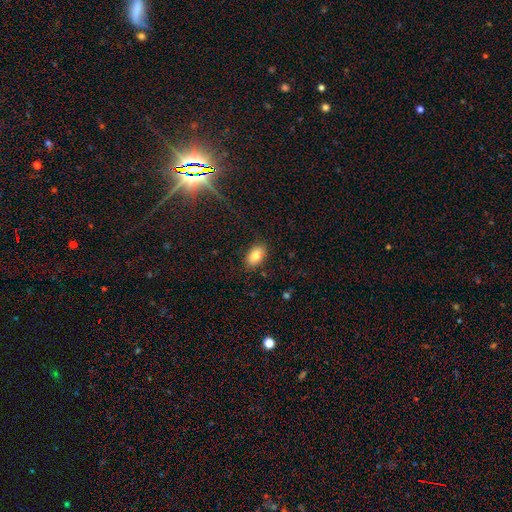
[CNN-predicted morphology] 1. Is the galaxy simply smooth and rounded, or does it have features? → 82% smooth, 10% featured or disk, 8% star or artifact.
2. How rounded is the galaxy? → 89% in between, 9% round, 2% cigar-shaped.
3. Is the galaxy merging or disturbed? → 86% none, 10% minor disturbance, 2% major disturbance, 1% merger.